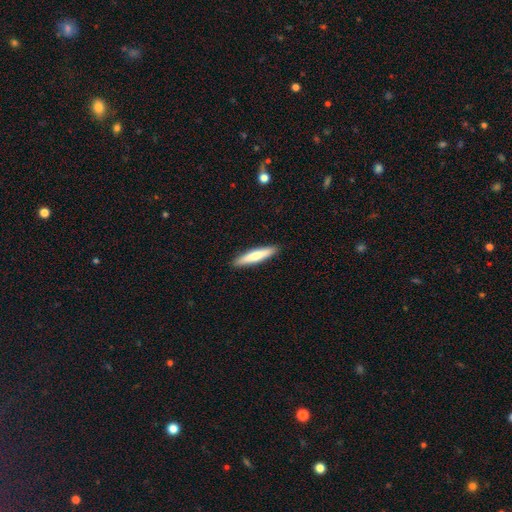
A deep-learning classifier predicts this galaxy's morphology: The model was most divided on "smooth or featured": smooth: 66%, featured or disk: 28%, star or artifact: 5%. More confident: merging — none (91%); how rounded — cigar-shaped (87%).